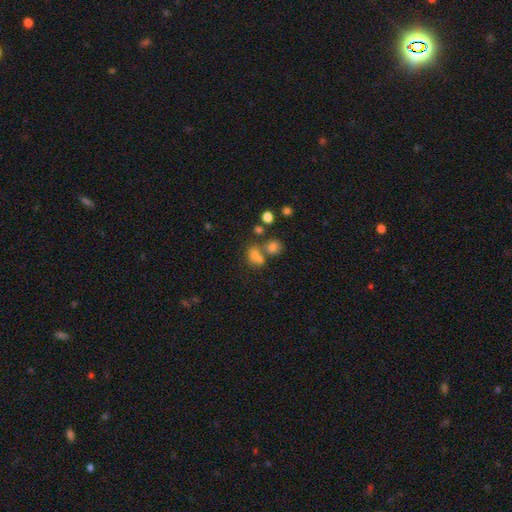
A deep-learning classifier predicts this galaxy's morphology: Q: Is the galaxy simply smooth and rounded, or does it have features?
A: smooth — 64%.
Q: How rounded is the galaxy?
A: in between — 51%.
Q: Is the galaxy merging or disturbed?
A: merger — 45%.